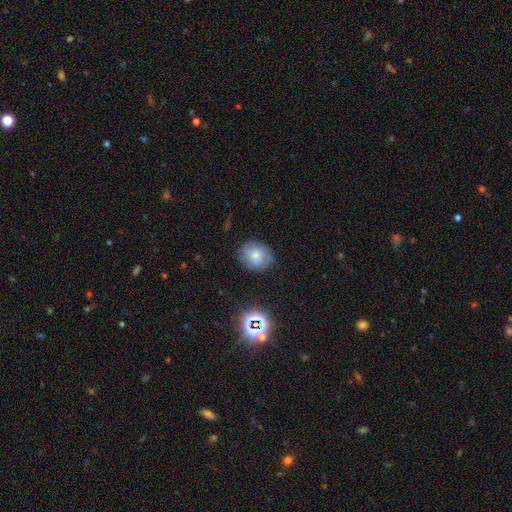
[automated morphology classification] This is likely a smooth galaxy (68%). How rounded: likely round (69%). Merging: clearly none (80%).